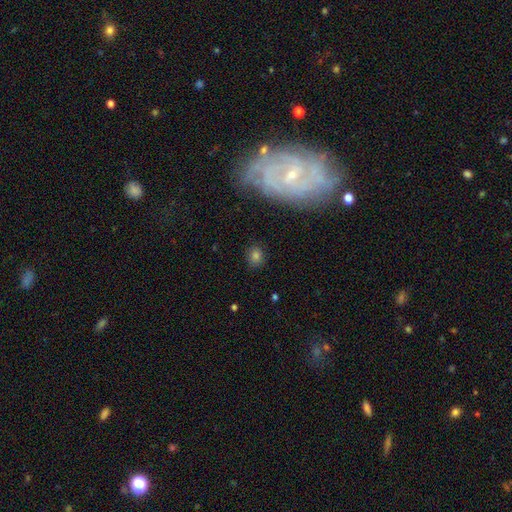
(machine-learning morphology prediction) type=smooth (76%); roundness=round (67%); merging=none (86%).